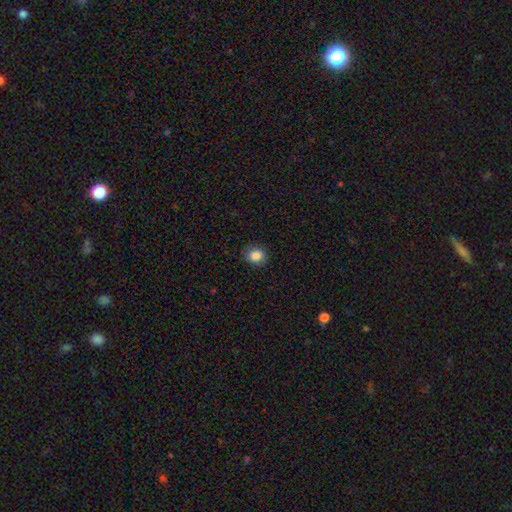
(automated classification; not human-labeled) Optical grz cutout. It shows a smooth galaxy with no disk features (86%) that is round (72%). Merging: none (84%).